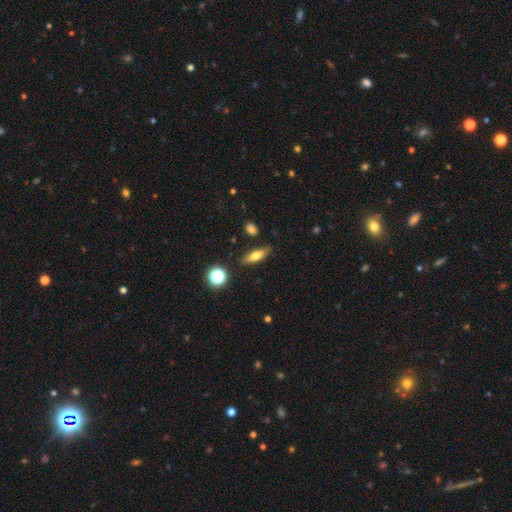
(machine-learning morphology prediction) A smooth galaxy with no disk features (64%) that is in between round and cigar-shaped (50%).

Vote fractions:
- Smooth or featured? smooth: 64% / featured or disk: 27% / star or artifact: 10%
- How rounded? in between: 50% / cigar-shaped: 44% / round: 5%
- Merging? none: 85% / minor disturbance: 10% / merger: 3% / major disturbance: 3%